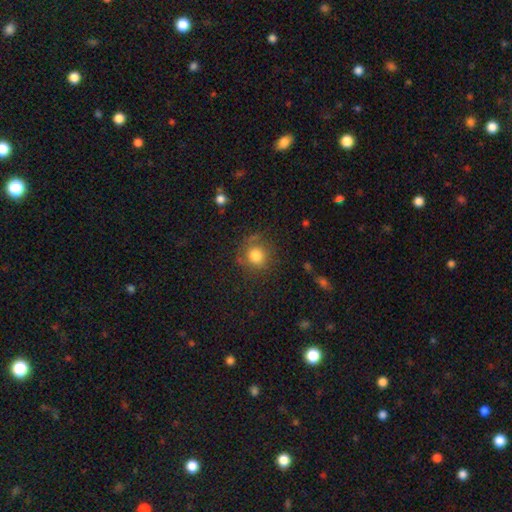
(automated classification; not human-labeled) Smooth or featured: smooth — 78% (star or artifact — 11%)
How rounded: round — 90% (in between — 9%)
Merging: none — 76% (minor disturbance — 15%)